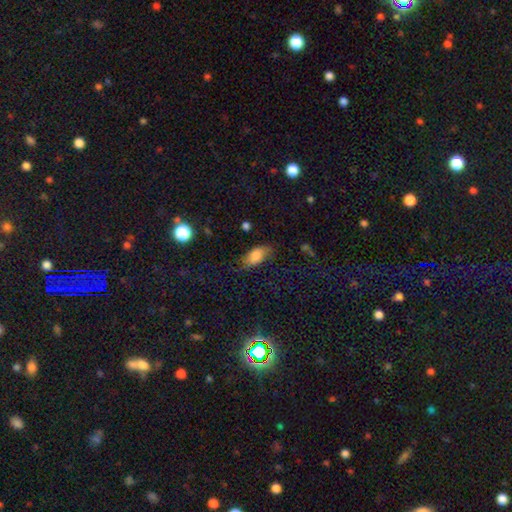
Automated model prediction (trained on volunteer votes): Morphology: type=smooth (76%); roundness=in between (91%); merging=none (69%).